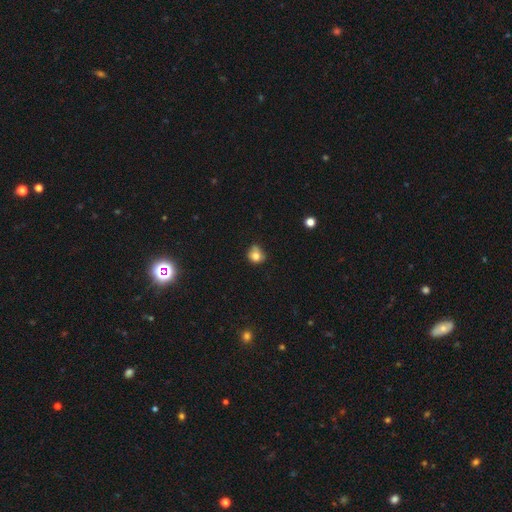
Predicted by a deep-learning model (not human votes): Smooth or featured? Predicted: smooth (p=0.77). How rounded? Predicted: round (p=0.71). Merging? Predicted: none (p=0.48).